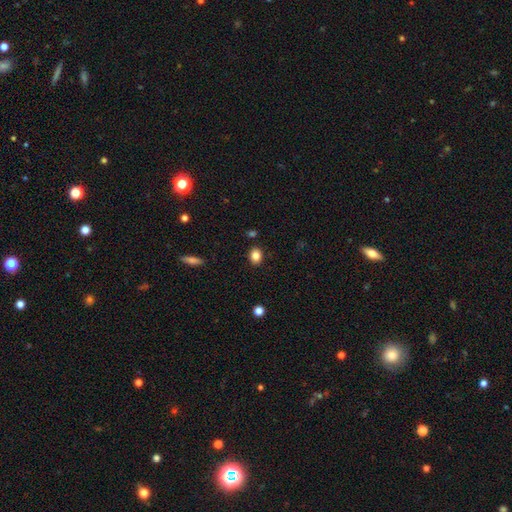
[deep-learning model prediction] This is clearly a smooth galaxy (84%). How rounded: possibly in between (58%). Merging: clearly none (87%).